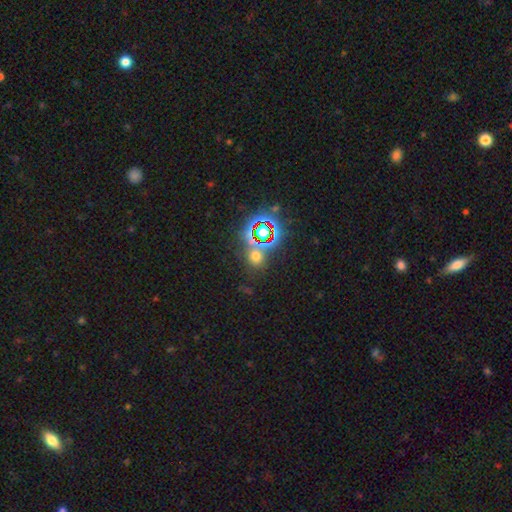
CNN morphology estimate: A smooth galaxy with no disk features (51%) that is round (79%). Merging: none (71%).